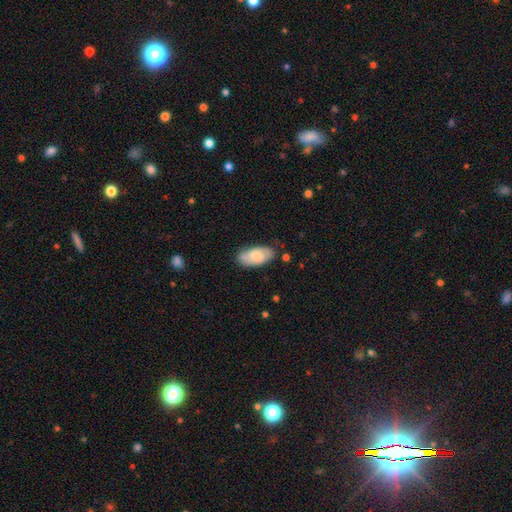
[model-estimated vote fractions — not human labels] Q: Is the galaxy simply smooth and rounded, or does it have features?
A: smooth — 68%.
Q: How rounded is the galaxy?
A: in between — 92%.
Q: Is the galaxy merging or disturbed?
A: none — 75%.